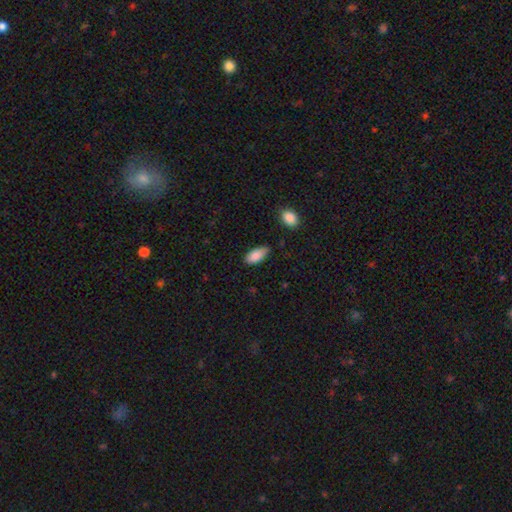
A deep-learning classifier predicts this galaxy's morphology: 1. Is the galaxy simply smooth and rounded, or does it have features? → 86% smooth, 7% star or artifact, 7% featured or disk.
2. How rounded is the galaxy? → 90% in between, 8% cigar-shaped, 2% round.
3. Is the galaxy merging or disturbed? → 70% none, 24% minor disturbance, 4% major disturbance, 2% merger.